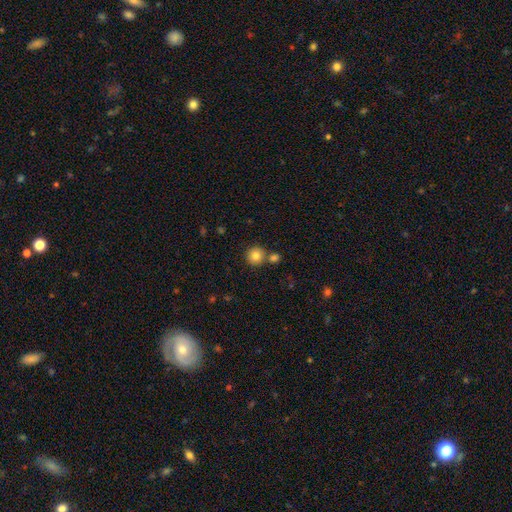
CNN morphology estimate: Q: Smooth or featured?
A: smooth (83%); runner-up: star or artifact (11%)
Q: How rounded?
A: round (93%); runner-up: in between (6%)
Q: Merging?
A: none (72%); runner-up: merger (19%)